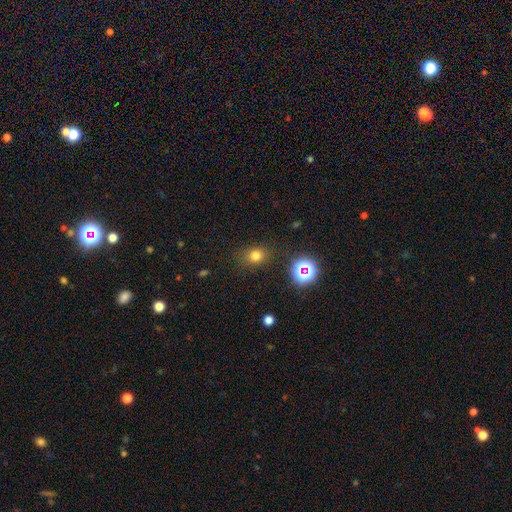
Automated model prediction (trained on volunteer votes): smooth 74%, star or artifact 19%, featured or disk 7%. Down the decision tree: how rounded — round (59%); merging — none (82%).